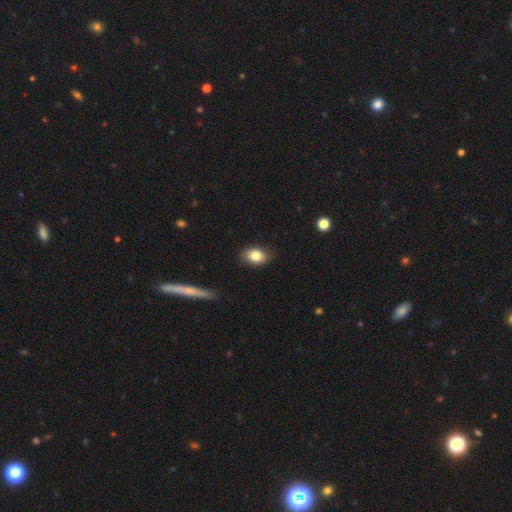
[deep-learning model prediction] Morphology: type=smooth (82%); roundness=in between (82%); merging=none (83%).